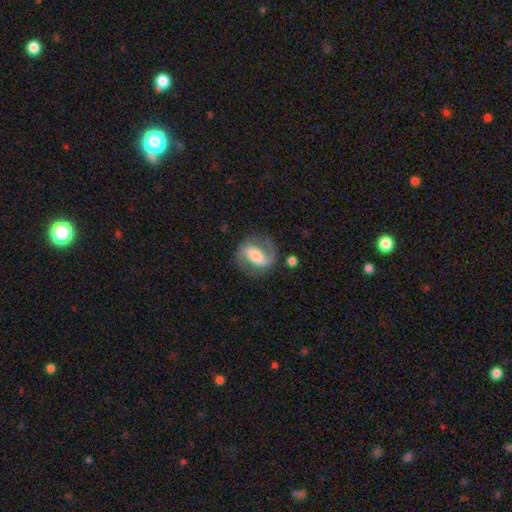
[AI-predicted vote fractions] Q: Smooth or featured?
A: featured or disk (74%); runner-up: smooth (20%)
Q: Edge-on disk?
A: no (96%); runner-up: yes (4%)
Q: Bar?
A: strong (52%); runner-up: weak (31%)
Q: Spiral arms?
A: yes (89%); runner-up: no (11%)
Q: Spiral winding?
A: medium (49%); runner-up: loose (27%)
Q: Spiral arm count?
A: 2 (85%); runner-up: 1 (7%)
Q: Bulge size?
A: moderate (44%); runner-up: small (25%)
Q: Merging?
A: none (73%); runner-up: minor disturbance (15%)